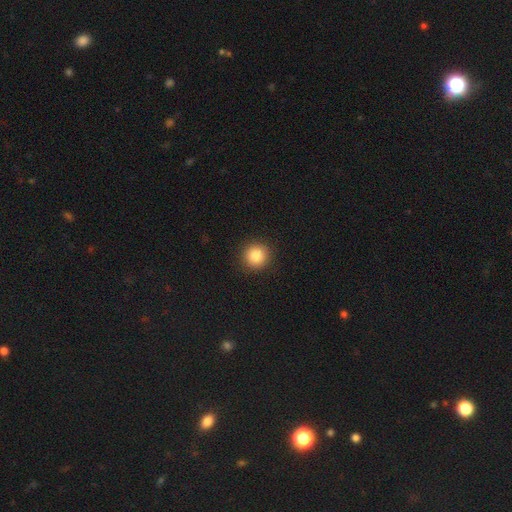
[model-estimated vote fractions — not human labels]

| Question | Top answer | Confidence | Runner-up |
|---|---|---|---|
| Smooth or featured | smooth | 85% | star or artifact (10%) |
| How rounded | round | 93% | in between (6%) |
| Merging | none | 91% | minor disturbance (6%) |